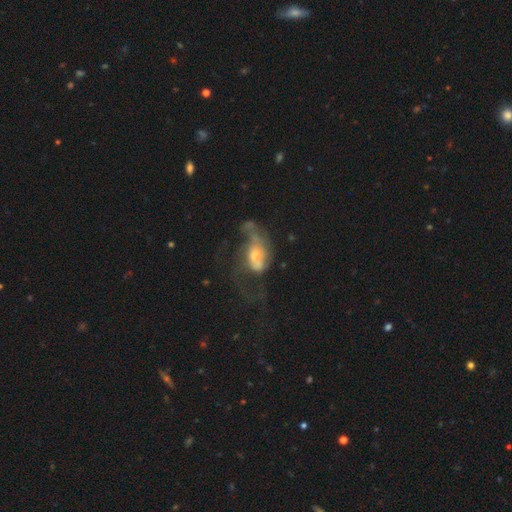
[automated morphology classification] Q: Smooth or featured?
A: featured or disk (55%); runner-up: smooth (35%)
Q: Edge-on disk?
A: no (95%); runner-up: yes (5%)
Q: Bar?
A: no (76%); runner-up: weak (20%)
Q: Spiral arms?
A: no (58%); runner-up: yes (42%)
Q: Bulge size?
A: moderate (49%); runner-up: small (32%)
Q: Merging?
A: major disturbance (53%); runner-up: none (18%)